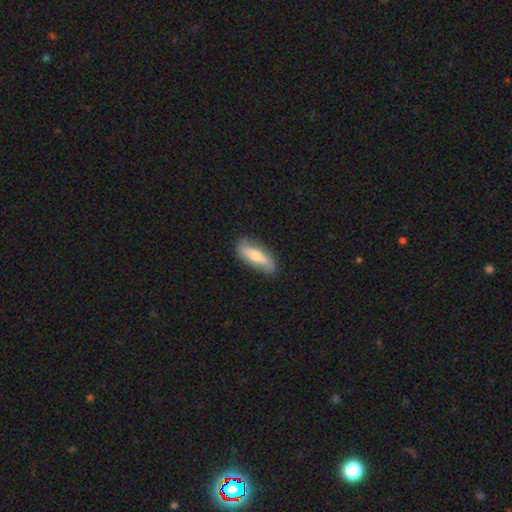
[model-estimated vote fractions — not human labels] A featured or disk galaxy (52%).

Vote fractions:
- Smooth or featured? featured or disk: 52% / smooth: 42% / star or artifact: 6%
- Edge-on disk? no: 63% / yes: 37%
- Merging? none: 77% / minor disturbance: 18% / major disturbance: 4% / merger: 1%